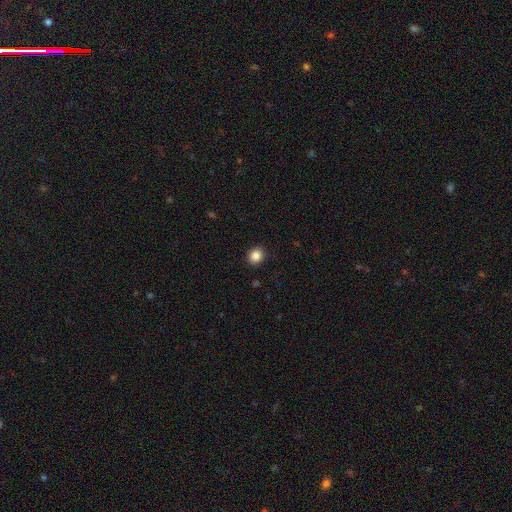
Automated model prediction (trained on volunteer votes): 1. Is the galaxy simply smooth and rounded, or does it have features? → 86% smooth, 10% star or artifact, 4% featured or disk.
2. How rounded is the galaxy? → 67% round, 32% in between, 1% cigar-shaped.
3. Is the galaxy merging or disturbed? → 91% none, 6% minor disturbance, 2% major disturbance, 1% merger.